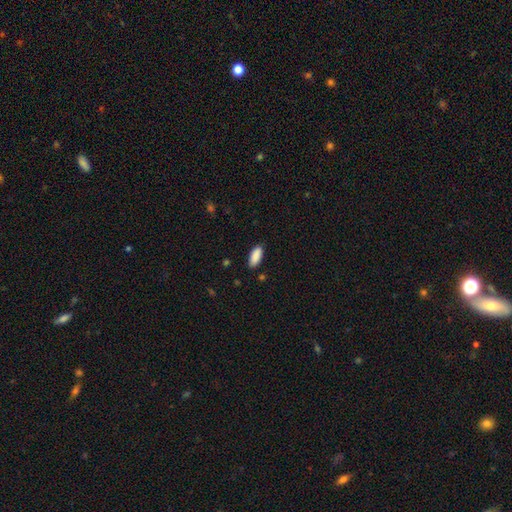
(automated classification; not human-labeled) Overall: smooth (90%). How rounded: in between (82%). Merging: none (85%).